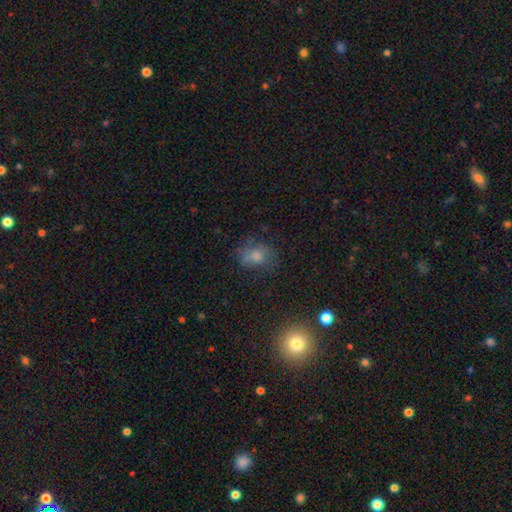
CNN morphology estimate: Overall: smooth (55%; featured or disk 25%). How rounded: in between (53%; round 46%). Merging: none (61%; minor disturbance 22%).